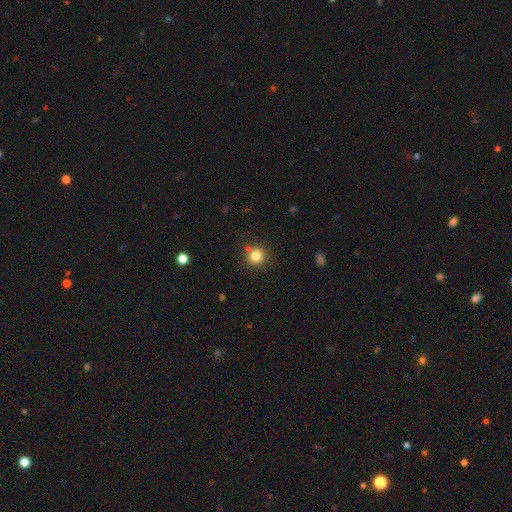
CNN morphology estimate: Smooth or featured? Predicted: smooth (p=0.81). How rounded? Predicted: round (p=0.92). Merging? Predicted: none (p=0.81).